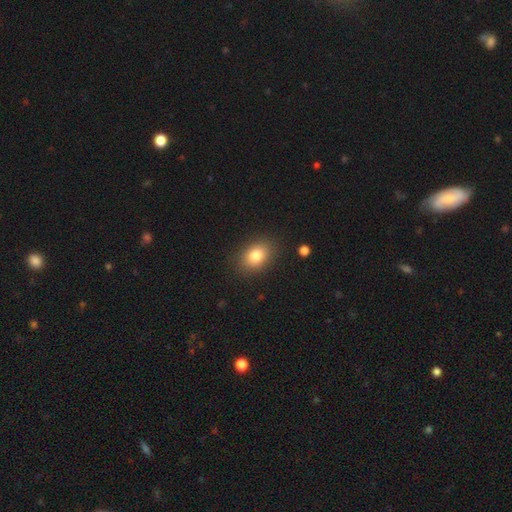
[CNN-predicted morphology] Smooth or featured: smooth — 81% (star or artifact — 10%)
How rounded: in between — 73% (round — 26%)
Merging: none — 86% (minor disturbance — 10%)